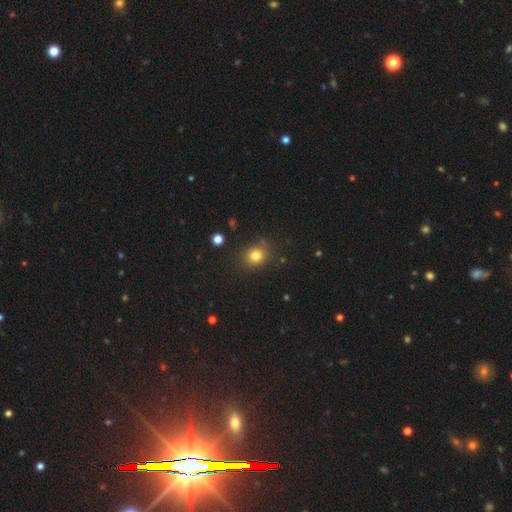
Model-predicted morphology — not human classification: Smooth or featured? Predicted: smooth (p=0.80). How rounded? Predicted: round (p=0.74). Merging? Predicted: none (p=0.82).